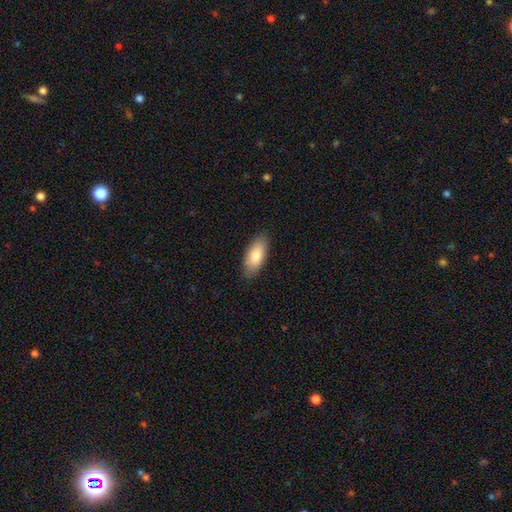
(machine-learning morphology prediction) smooth-or-featured: smooth: 82% | featured or disk: 12% | star or artifact: 6%
  how-rounded: in between: 84% | cigar-shaped: 13% | round: 2%
  merging: none: 86% | minor disturbance: 11% | major disturbance: 2% | merger: 1%